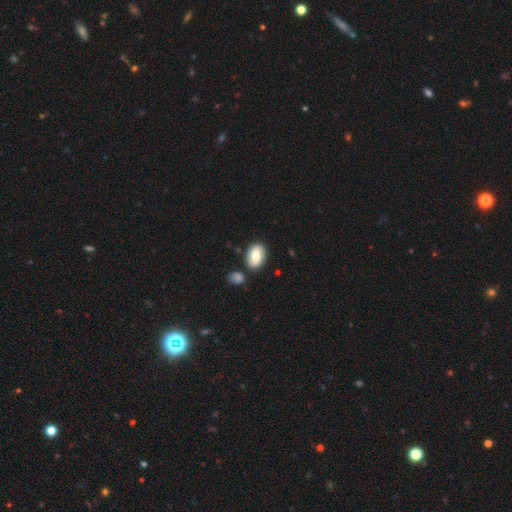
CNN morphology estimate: A smooth galaxy with no disk features (74%) that is in between round and cigar-shaped (85%). Merging: none (76%).